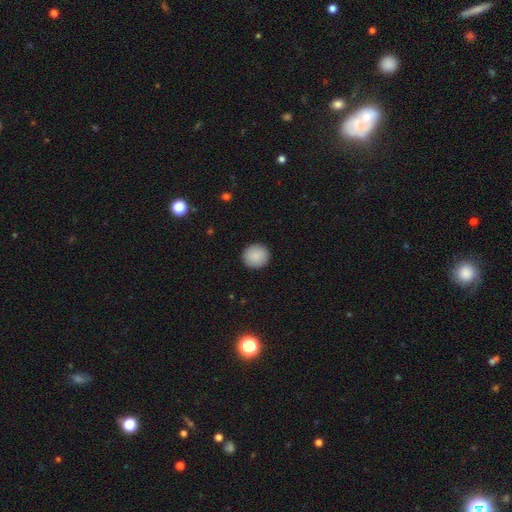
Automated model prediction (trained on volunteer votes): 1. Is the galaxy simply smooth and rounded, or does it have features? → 90% smooth, 7% star or artifact, 3% featured or disk.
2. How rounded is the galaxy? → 93% round, 6% in between, 1% cigar-shaped.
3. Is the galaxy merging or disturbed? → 92% none, 5% minor disturbance, 2% major disturbance, 1% merger.